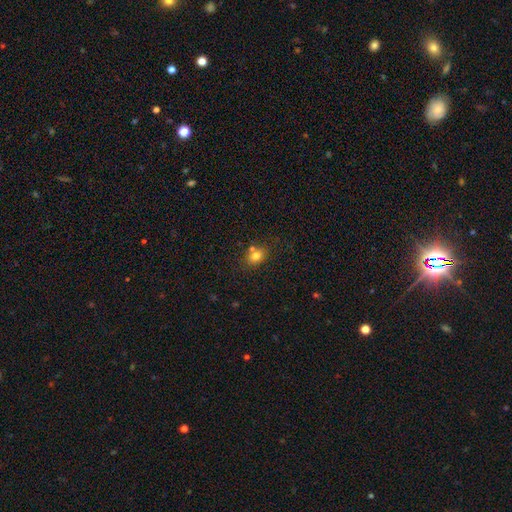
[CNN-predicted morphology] This appears to be a smooth galaxy with no disk features (77%) that is in between round and cigar-shaped (57%). Merging: none (64%).